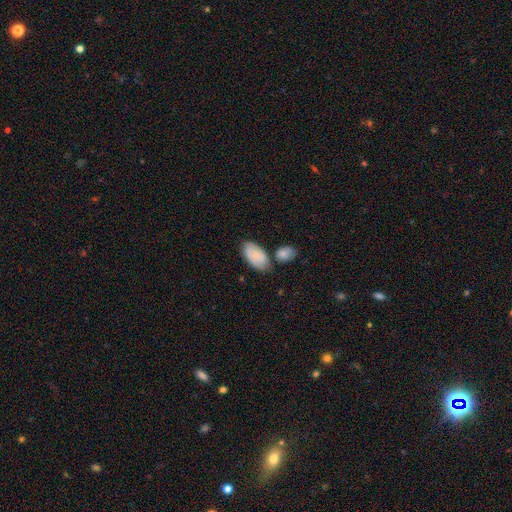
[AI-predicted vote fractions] A smooth galaxy with no disk features (75%) that is in between round and cigar-shaped (94%). Merging: none (53%).